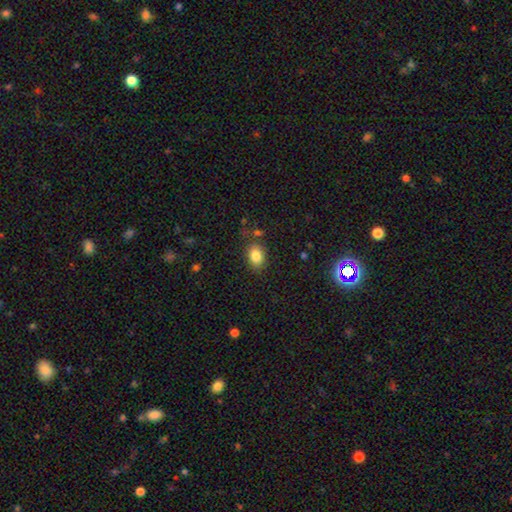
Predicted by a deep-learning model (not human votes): The model was most divided on "how rounded": in between: 78%, round: 20%, cigar-shaped: 1%. More confident: smooth or featured — smooth (84%); merging — none (79%).